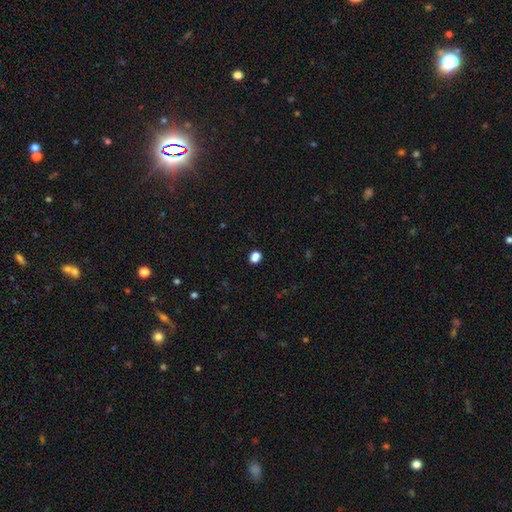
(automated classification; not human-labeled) Q: Smooth or featured?
A: smooth (76%); runner-up: star or artifact (21%)
Q: How rounded?
A: round (52%); runner-up: in between (46%)
Q: Merging?
A: none (83%); runner-up: minor disturbance (10%)